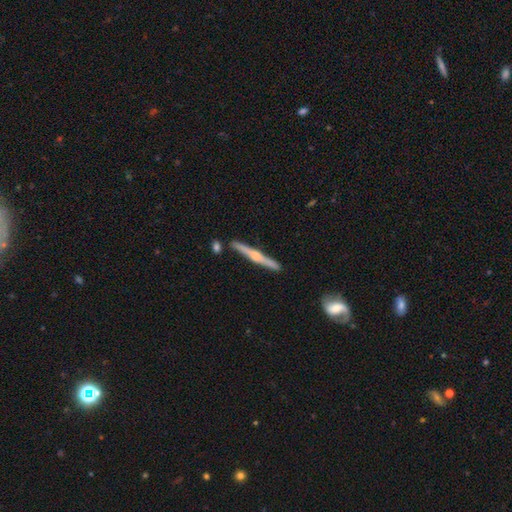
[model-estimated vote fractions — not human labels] smooth-or-featured: featured or disk: 72% | smooth: 23% | star or artifact: 5%
  disk-edge-on: yes: 98% | no: 2%
    edge-on-bulge: rounded: 82% | none: 10% | boxy: 8%
  merging: none: 87% | minor disturbance: 8% | merger: 3% | major disturbance: 2%